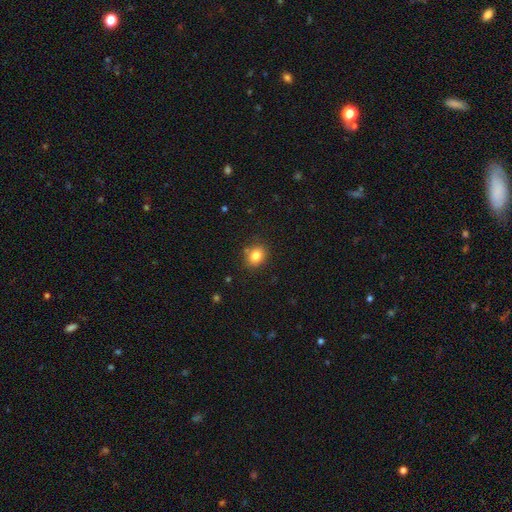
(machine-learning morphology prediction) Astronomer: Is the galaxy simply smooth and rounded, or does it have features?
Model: smooth — 82%.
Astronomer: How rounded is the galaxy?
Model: round — 59% (runner-up: in between, 40%).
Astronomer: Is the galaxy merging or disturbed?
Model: none — 82%.